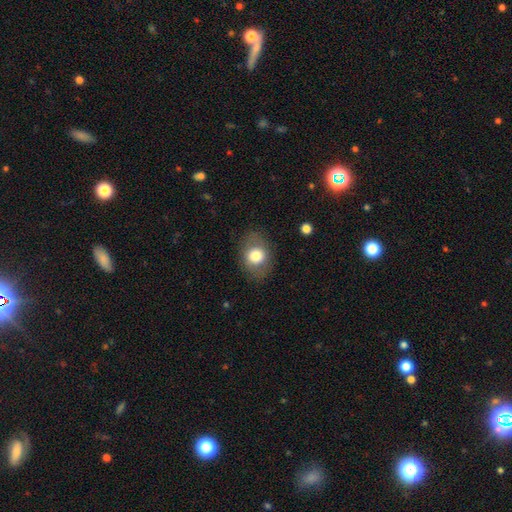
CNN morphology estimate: smooth 74%, featured or disk 18%, star or artifact 8%. Down the decision tree: how rounded — in between (60%); merging — none (81%).